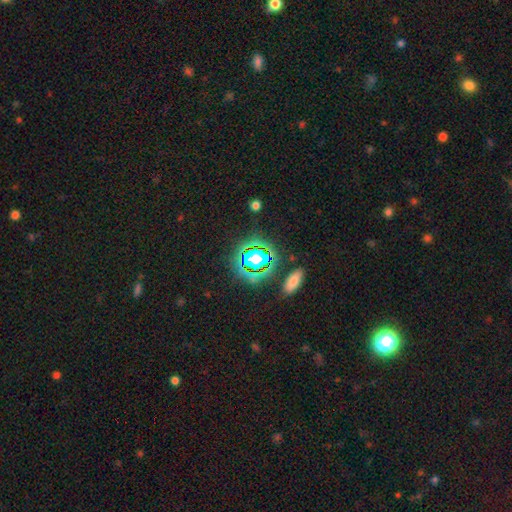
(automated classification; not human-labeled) The model was most divided on "smooth or featured": star or artifact: 60%, smooth: 27%, featured or disk: 12%.